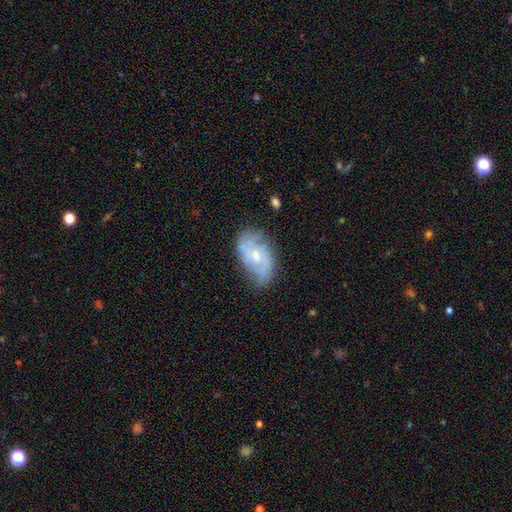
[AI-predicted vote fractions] Smooth or featured: featured or disk — 75% (smooth — 18%)
Edge-on disk: no — 96% (yes — 4%)
Bar: no — 59% (weak — 36%)
Spiral arms: yes — 83% (no — 17%)
Spiral winding: medium — 42% (tight — 34%)
Spiral arm count: 2 — 46% (can't tell — 31%)
Bulge size: moderate — 51% (small — 44%)
Merging: none — 63% (minor disturbance — 25%)